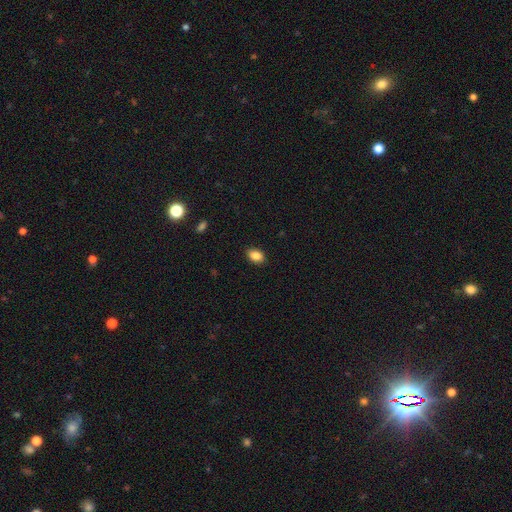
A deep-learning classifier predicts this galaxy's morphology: Overall: smooth (87%). How rounded: in between (79%). Merging: none (89%).